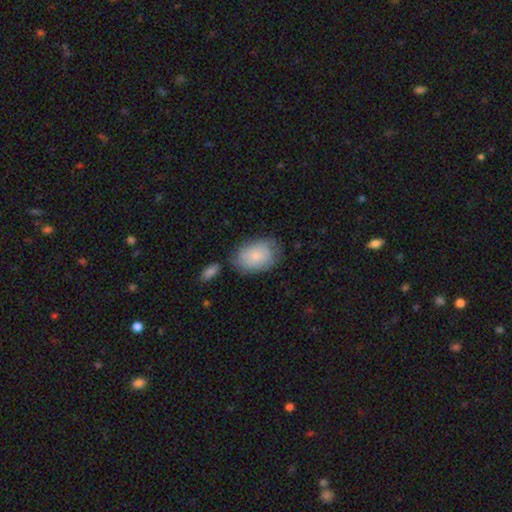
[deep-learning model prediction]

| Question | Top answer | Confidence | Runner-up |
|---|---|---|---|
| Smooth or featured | smooth | 76% | featured or disk (18%) |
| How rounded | in between | 82% | round (17%) |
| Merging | none | 61% | minor disturbance (25%) |